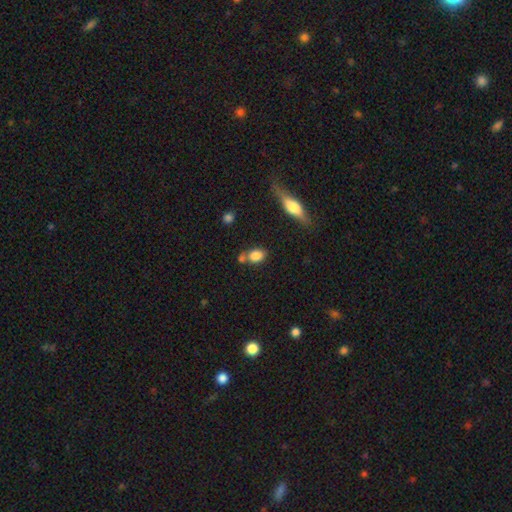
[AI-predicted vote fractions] smooth 82%, star or artifact 9%, featured or disk 9%. Down the decision tree: how rounded — in between (72%); merging — none (56%).